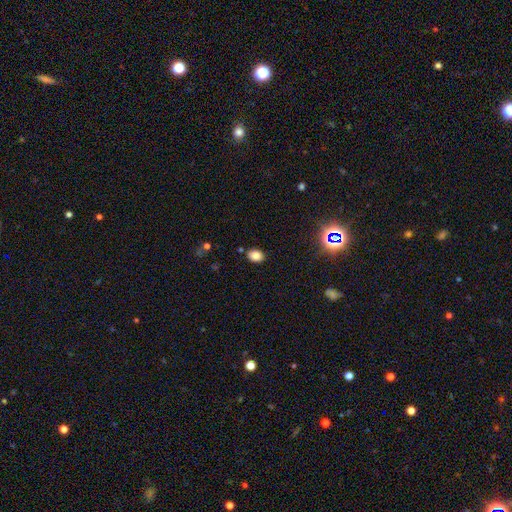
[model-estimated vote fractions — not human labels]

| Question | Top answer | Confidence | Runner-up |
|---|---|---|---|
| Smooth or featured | smooth | 82% | star or artifact (13%) |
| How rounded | in between | 69% | round (30%) |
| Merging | none | 84% | minor disturbance (11%) |